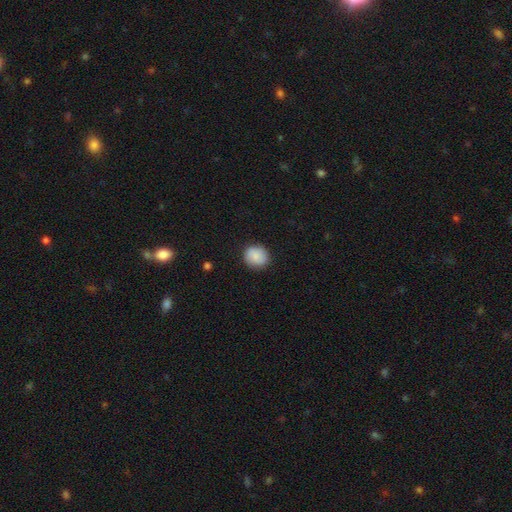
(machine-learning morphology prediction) Smooth or featured? Predicted: smooth (p=0.86). How rounded? Predicted: round (p=0.84). Merging? Predicted: none (p=0.87).